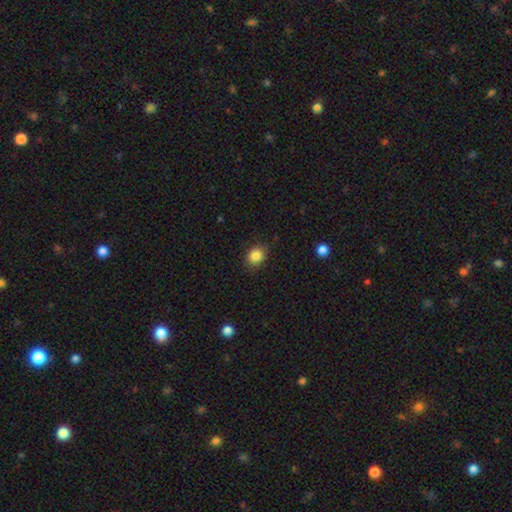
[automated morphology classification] This appears to be a smooth galaxy with no disk features (84%) that is round (67%). Merging: none (82%).